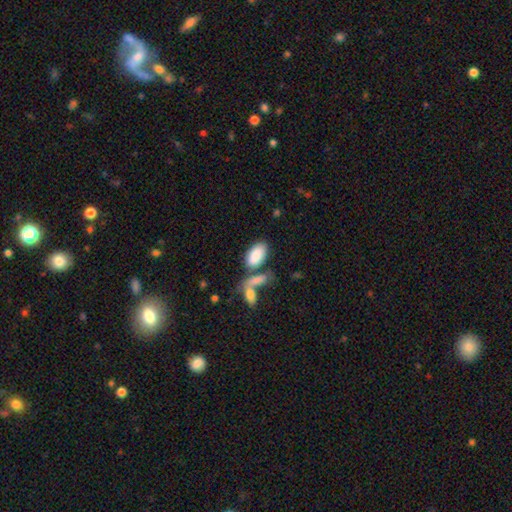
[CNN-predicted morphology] Smooth or featured? Predicted: smooth (p=0.84). How rounded? Predicted: in between (p=0.94). Merging? Predicted: none (p=0.48).